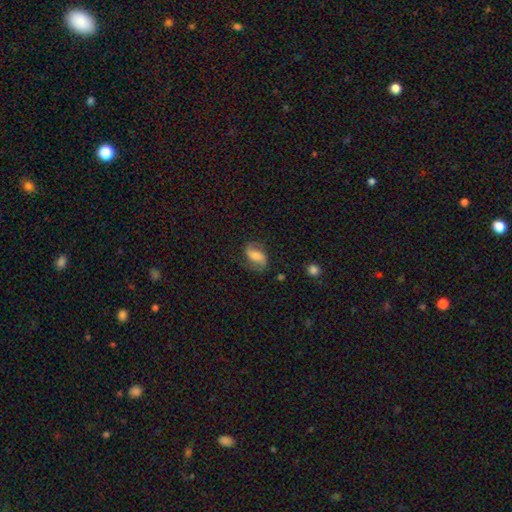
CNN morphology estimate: Smooth or featured? featured or disk (66%)
Edge-on disk? no (97%)
Bar? no (39%)
Spiral arms? yes (93%)
Spiral winding? loose (48%)
Spiral arm count? 2 (90%)
Bulge size? moderate (48%)
Merging? none (73%)